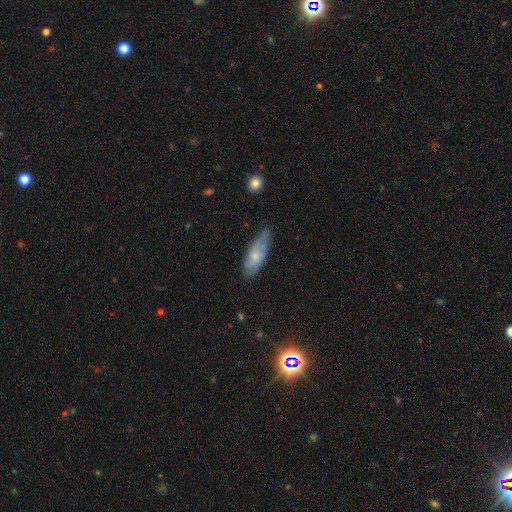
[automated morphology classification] The model was most divided on "smooth or featured": smooth: 60%, featured or disk: 34%, star or artifact: 6%. More confident: how rounded — in between (65%); merging — none (58%).